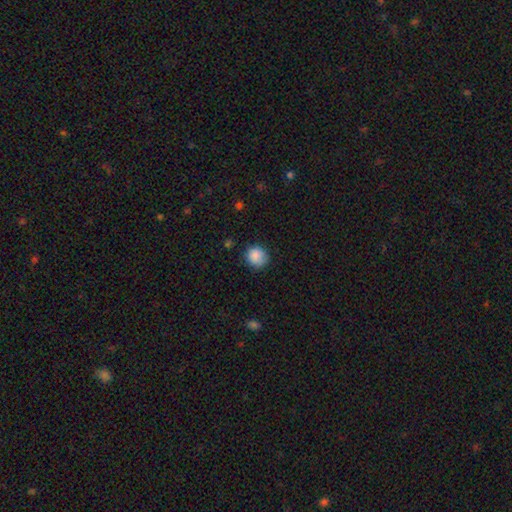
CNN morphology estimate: A smooth galaxy with no disk features (87%) that is round (84%).

Vote fractions:
- Smooth or featured? smooth: 87% / star or artifact: 9% / featured or disk: 4%
- How rounded? round: 84% / in between: 15% / cigar-shaped: 1%
- Merging? none: 75% / minor disturbance: 20% / major disturbance: 4% / merger: 1%